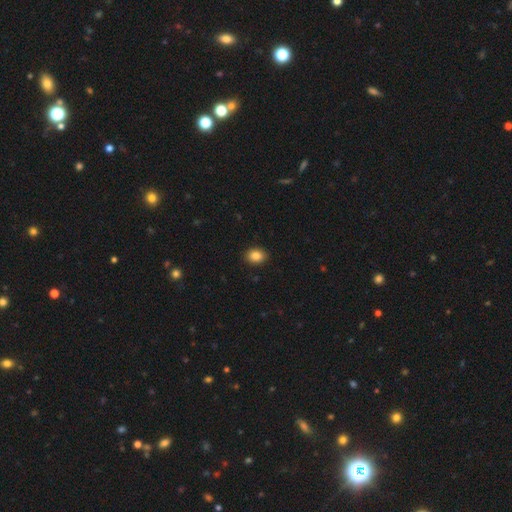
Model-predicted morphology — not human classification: Q: Smooth or featured?
A: smooth (86%); runner-up: star or artifact (9%)
Q: How rounded?
A: in between (62%); runner-up: round (37%)
Q: Merging?
A: none (91%); runner-up: minor disturbance (7%)